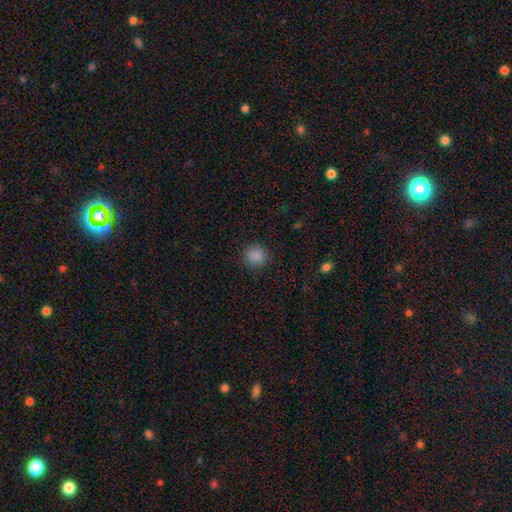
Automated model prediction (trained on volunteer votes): Smooth or featured: smooth — 85% (star or artifact — 11%)
How rounded: round — 89% (in between — 10%)
Merging: none — 87% (minor disturbance — 9%)